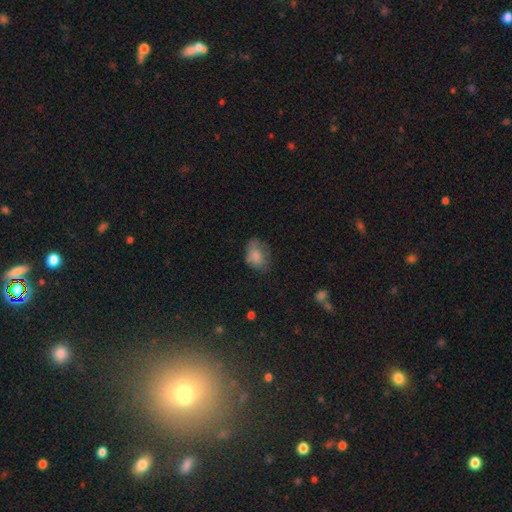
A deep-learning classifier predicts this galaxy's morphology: This is likely a smooth galaxy (79%). How rounded: likely in between (80%). Merging: possibly none (55%).